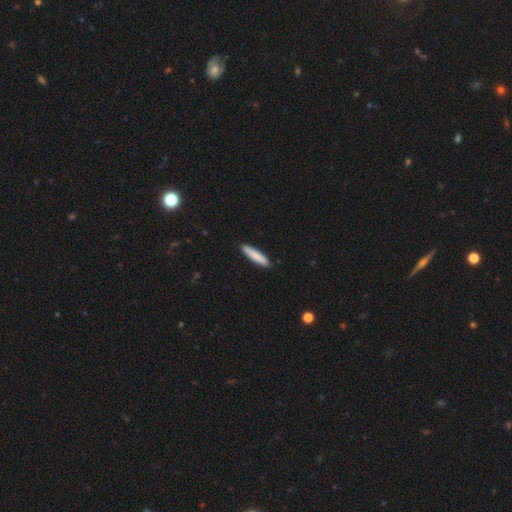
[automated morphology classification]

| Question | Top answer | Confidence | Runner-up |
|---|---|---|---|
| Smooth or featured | smooth | 85% | featured or disk (10%) |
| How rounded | cigar-shaped | 88% | in between (11%) |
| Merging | none | 90% | minor disturbance (7%) |